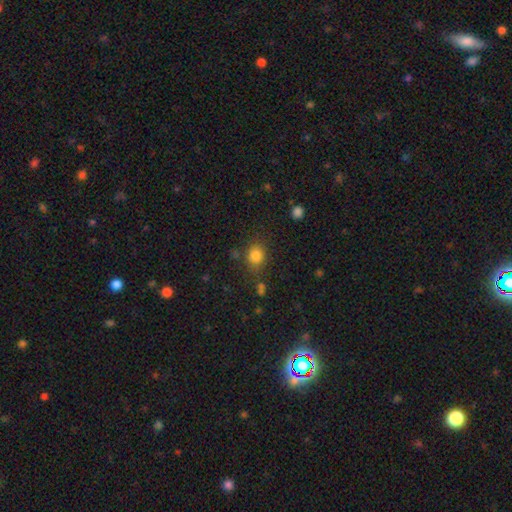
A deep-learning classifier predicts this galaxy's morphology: The model was most divided on "how rounded": round: 68%, in between: 31%, cigar-shaped: 1%. More confident: smooth or featured — smooth (82%); merging — none (76%).